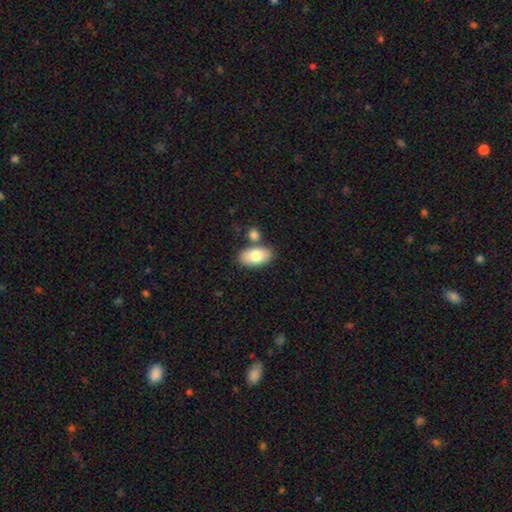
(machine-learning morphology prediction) A smooth galaxy with no disk features (80%) that is in between round and cigar-shaped (94%). Merging: none (72%).